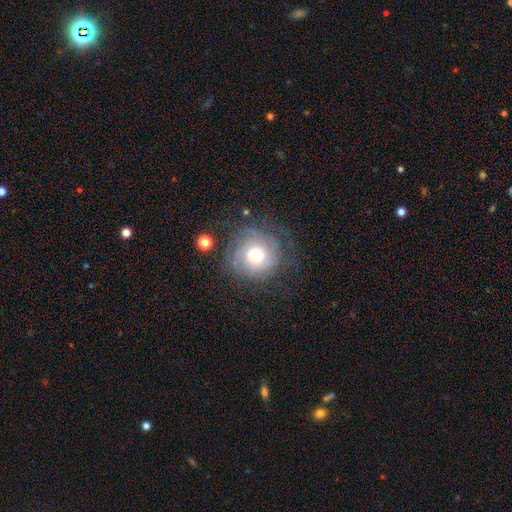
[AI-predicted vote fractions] Smooth or featured?
  - featured or disk: 60% *
  - smooth: 30%
  - star or artifact: 10%
Edge-on disk?
  - no: 97% *
  - yes: 3%
Bar?
  - no: 80% *
  - weak: 17%
  - strong: 3%
Spiral arms?
  - yes: 82% *
  - no: 18%
Bulge size?
  - moderate: 61% *
  - small: 18%
  - large: 17%
  - dominant: 2%
  - none: 1%
Merging?
  - none: 68% *
  - minor disturbance: 17%
  - major disturbance: 13%
  - merger: 2%